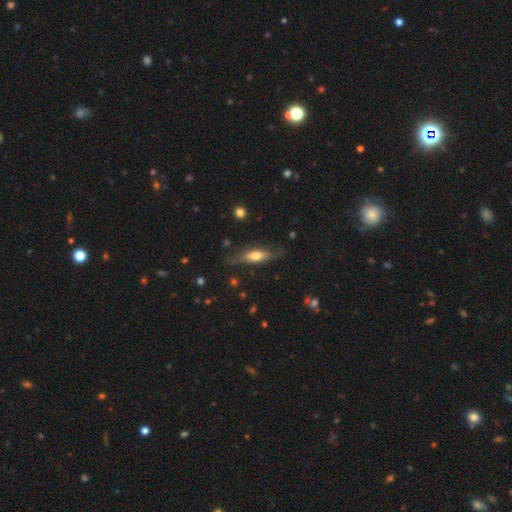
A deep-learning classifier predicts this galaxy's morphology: type=smooth (53%); roundness=cigar-shaped (57%); merging=none (73%).